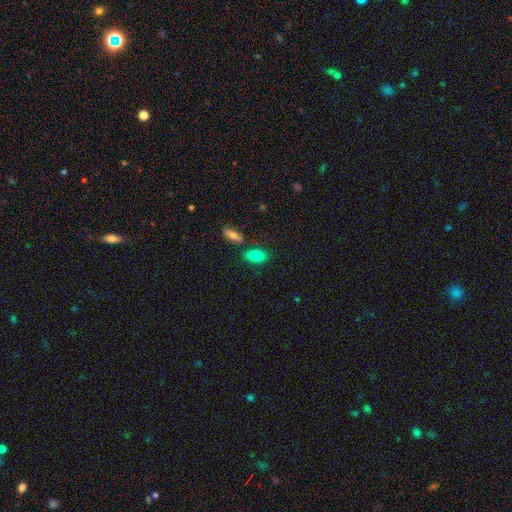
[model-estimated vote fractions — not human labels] This appears to be a smooth galaxy with no disk features (86%) that is in between round and cigar-shaped (90%). Merging: none (74%).